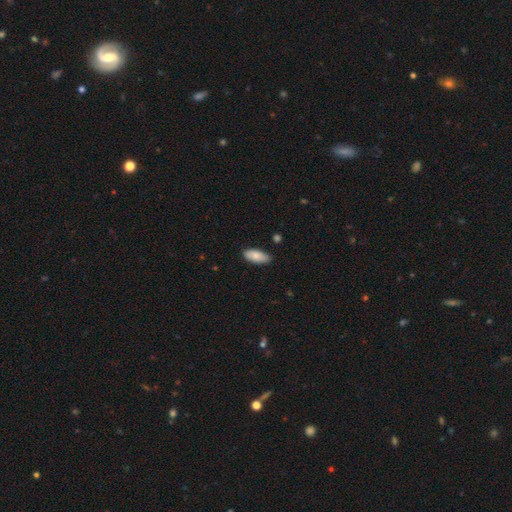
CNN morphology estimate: Smooth or featured: smooth — 81% (featured or disk — 13%)
How rounded: in between — 87% (cigar-shaped — 11%)
Merging: none — 83% (minor disturbance — 14%)